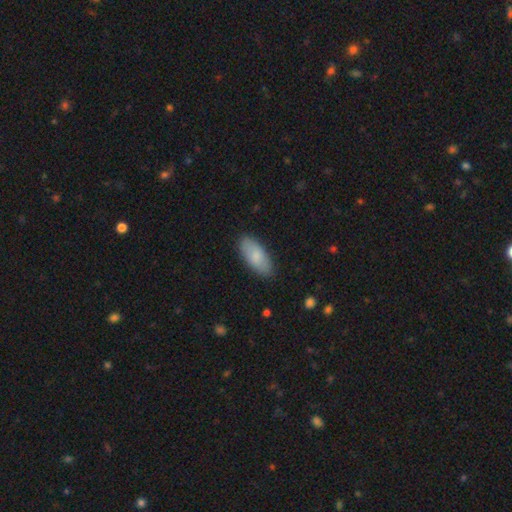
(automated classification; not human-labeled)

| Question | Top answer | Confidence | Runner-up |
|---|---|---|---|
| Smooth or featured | smooth | 82% | featured or disk (12%) |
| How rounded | in between | 87% | cigar-shaped (11%) |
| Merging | none | 86% | minor disturbance (10%) |